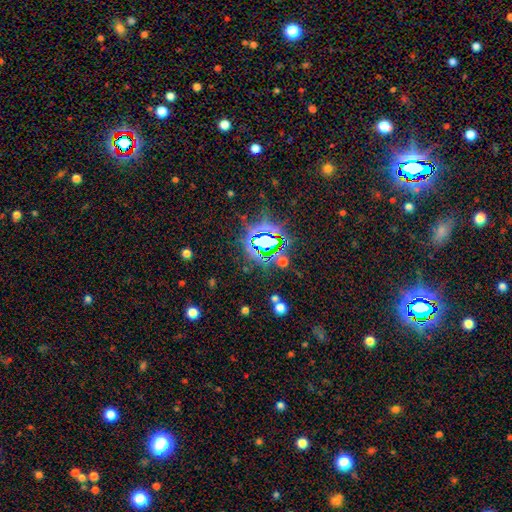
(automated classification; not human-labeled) Smooth or featured? star or artifact (83%)